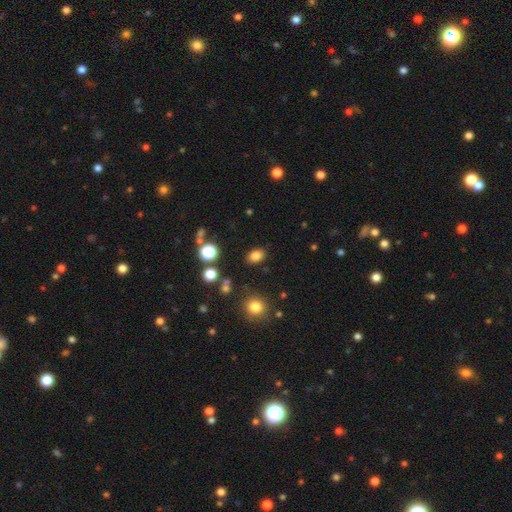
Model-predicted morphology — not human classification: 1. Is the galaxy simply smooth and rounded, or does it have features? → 82% smooth, 13% star or artifact, 6% featured or disk.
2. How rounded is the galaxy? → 75% in between, 24% round, 1% cigar-shaped.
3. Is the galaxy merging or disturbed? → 85% none, 9% minor disturbance, 3% major disturbance, 3% merger.